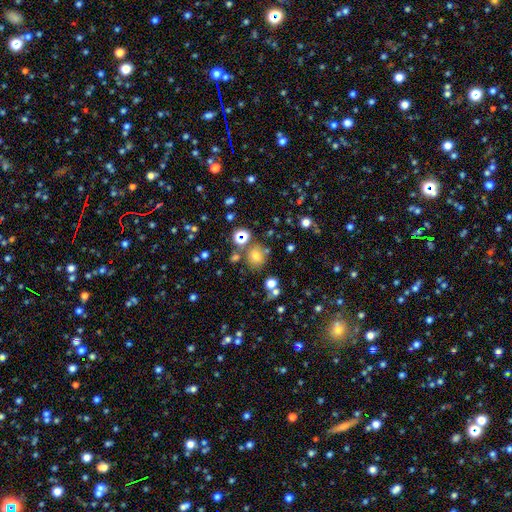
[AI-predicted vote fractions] Smooth or featured: smooth — 66% (star or artifact — 24%)
How rounded: round — 68% (in between — 31%)
Merging: none — 69% (minor disturbance — 13%)